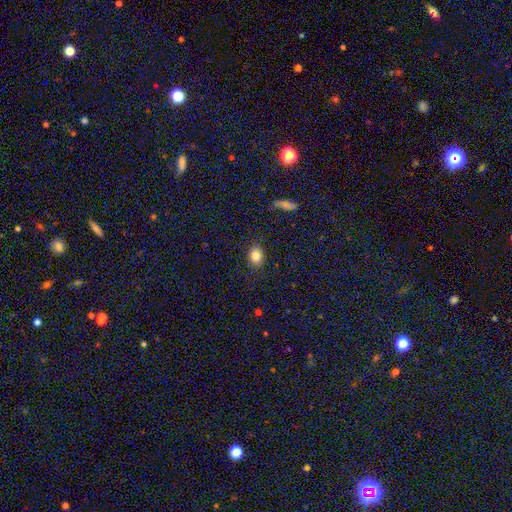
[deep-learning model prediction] smooth_or_featured: smooth (p=0.84) [alt: star or artifact p=0.10]
how_rounded: in between (p=0.59) [alt: round p=0.39]
merging: none (p=0.86) [alt: minor disturbance p=0.10]